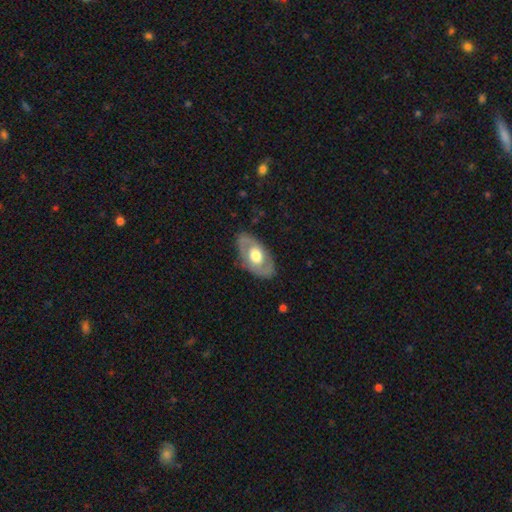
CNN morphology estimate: Overall: featured or disk (57%; smooth 38%). Edge-on disk: no (87%). Merging: none (79%).